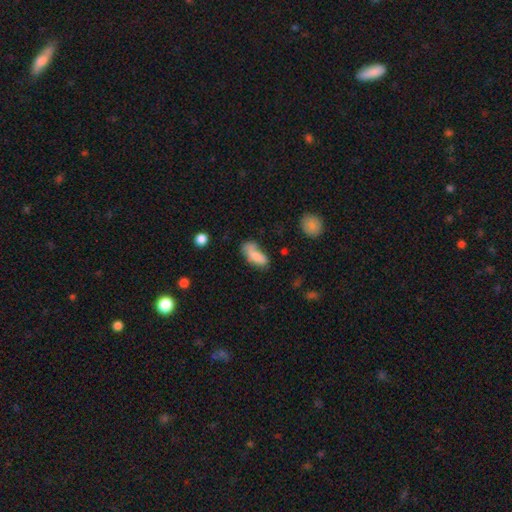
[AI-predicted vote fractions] Overall: smooth (77%). How rounded: in between (81%). Merging: none (44%; minor disturbance 31%).